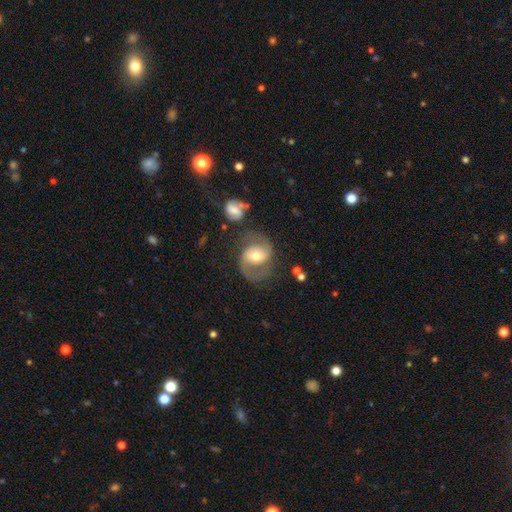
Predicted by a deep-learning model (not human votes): Overall: featured or disk (78%). Edge-on disk: no (97%). Bar: no (41%; weak 40%). Spiral arms: yes (92%). Spiral arm count: 2 (89%). Spiral winding: medium (55%; loose 28%). Bulge size: moderate (68%). Merging: none (65%).